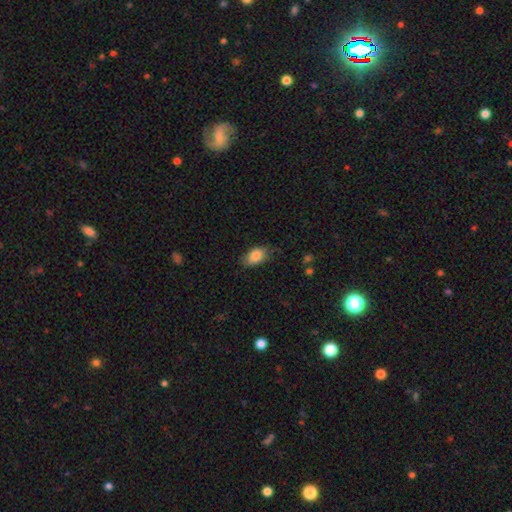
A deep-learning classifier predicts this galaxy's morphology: Smooth or featured? Predicted: smooth (p=0.85). How rounded? Predicted: in between (p=0.90). Merging? Predicted: none (p=0.74).